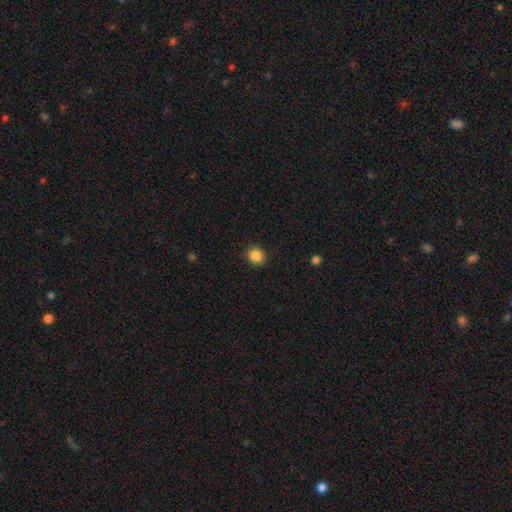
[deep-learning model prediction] Smooth or featured: smooth — 87% (star or artifact — 10%)
How rounded: round — 83% (in between — 16%)
Merging: none — 91% (minor disturbance — 6%)